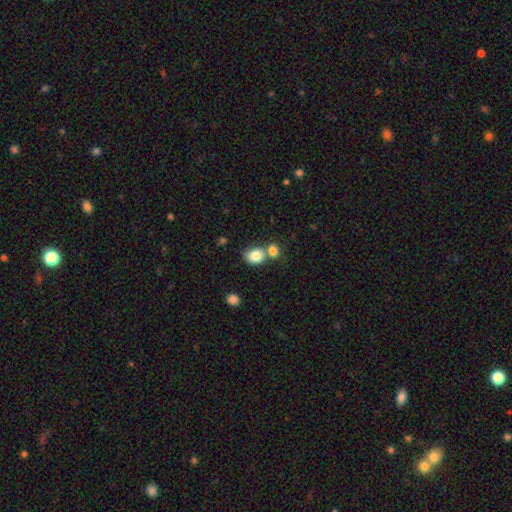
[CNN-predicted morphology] smooth-or-featured: smooth: 83% | star or artifact: 9% | featured or disk: 8%
  how-rounded: round: 50% | in between: 49% | cigar-shaped: 1%
  merging: merger: 44% | none: 41% | minor disturbance: 11% | major disturbance: 4%